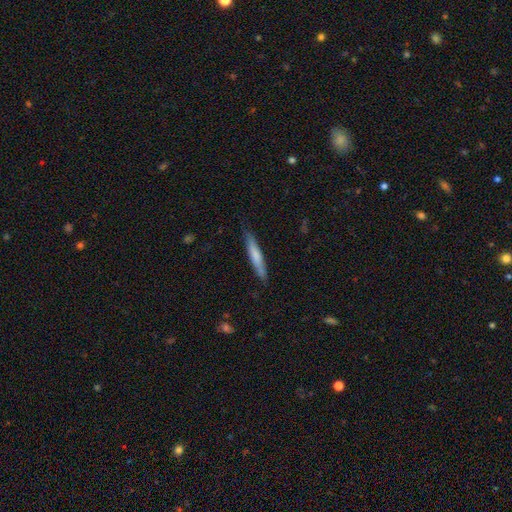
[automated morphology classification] The model was most divided on "smooth or featured": smooth: 68%, featured or disk: 27%, star or artifact: 5%. More confident: how rounded — cigar-shaped (93%); merging — none (85%).